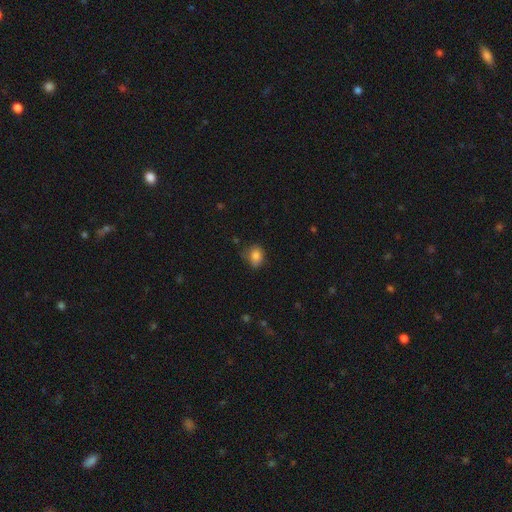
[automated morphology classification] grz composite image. It shows a smooth galaxy with no disk features (82%) that is round (54%). Merging: none (55%).